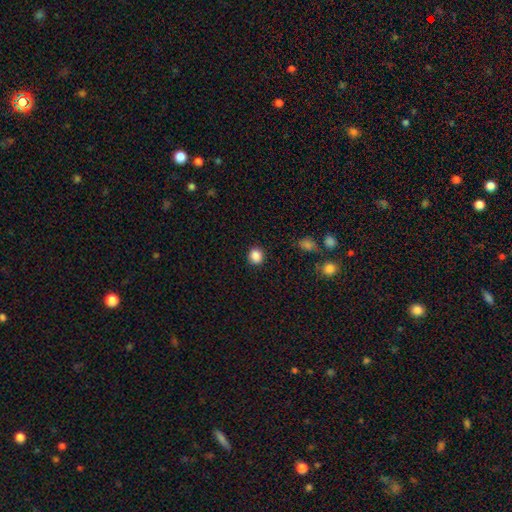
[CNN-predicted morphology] This is clearly a smooth galaxy (87%). How rounded: likely round (78%). Merging: clearly none (90%).